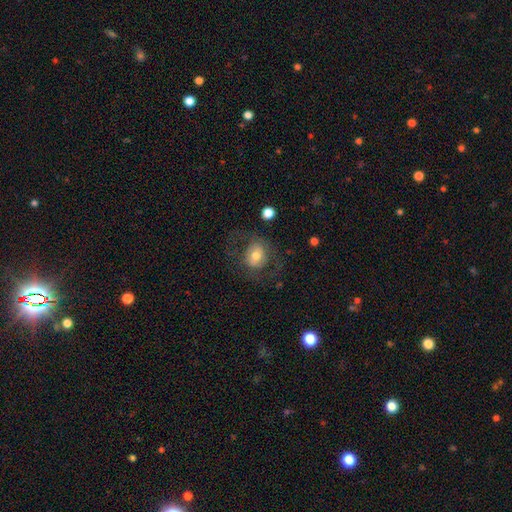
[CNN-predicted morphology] A smooth galaxy with no disk features (59%) that is round (66%). Merging: none (62%).